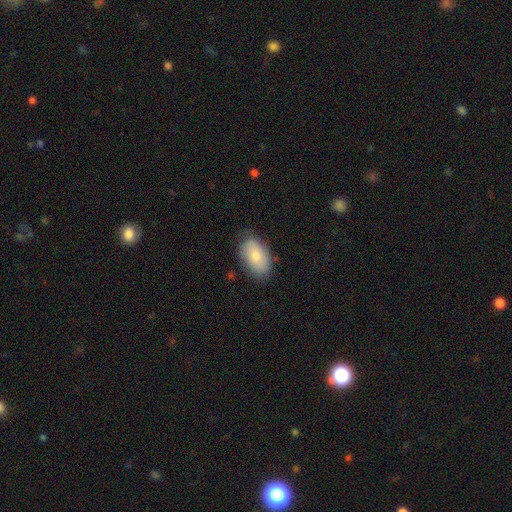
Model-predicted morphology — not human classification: The model was most divided on "merging": none: 76%, minor disturbance: 19%, major disturbance: 4%, merger: 1%. More confident: how rounded — in between (92%); smooth or featured — smooth (76%).